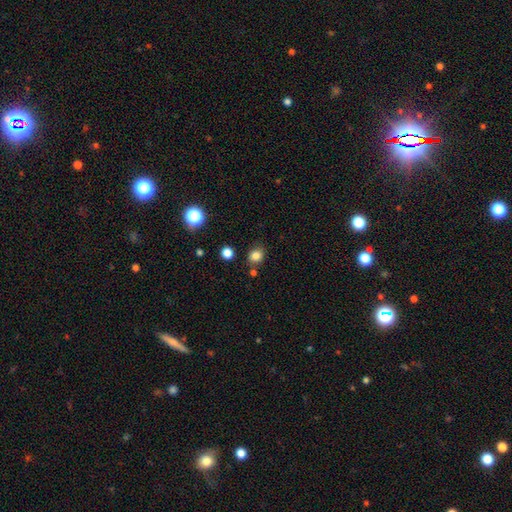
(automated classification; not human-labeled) Q: Smooth or featured?
A: smooth (83%); runner-up: star or artifact (12%)
Q: How rounded?
A: round (62%); runner-up: in between (37%)
Q: Merging?
A: none (79%); runner-up: minor disturbance (12%)